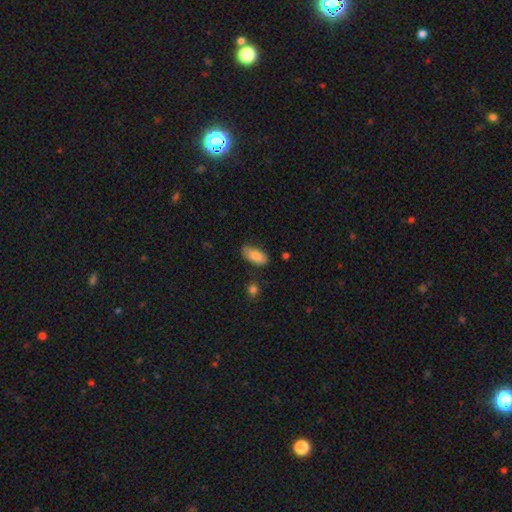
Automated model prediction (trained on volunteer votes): A smooth galaxy with no disk features (84%) that is in between round and cigar-shaped (90%). Merging: none (74%).